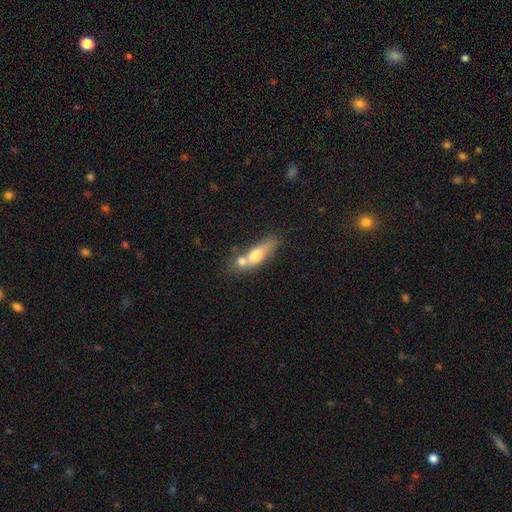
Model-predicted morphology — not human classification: smooth 60%, featured or disk 32%, star or artifact 8%. Down the decision tree: how rounded — in between (48%); merging — merger (52%).